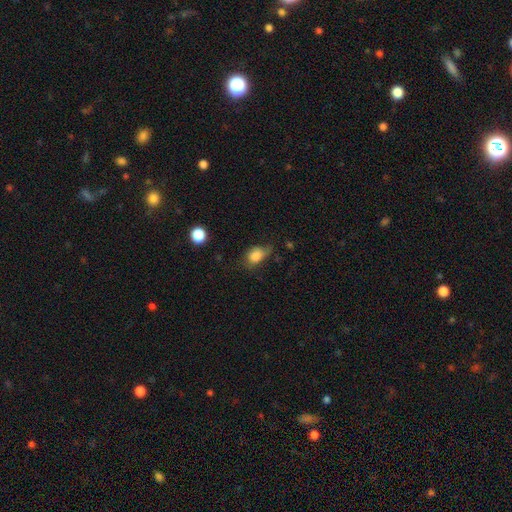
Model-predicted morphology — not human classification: smooth-or-featured: smooth: 82% | star or artifact: 10% | featured or disk: 8%
  how-rounded: in between: 69% | round: 29% | cigar-shaped: 2%
  merging: none: 43% | minor disturbance: 39% | major disturbance: 16% | merger: 3%